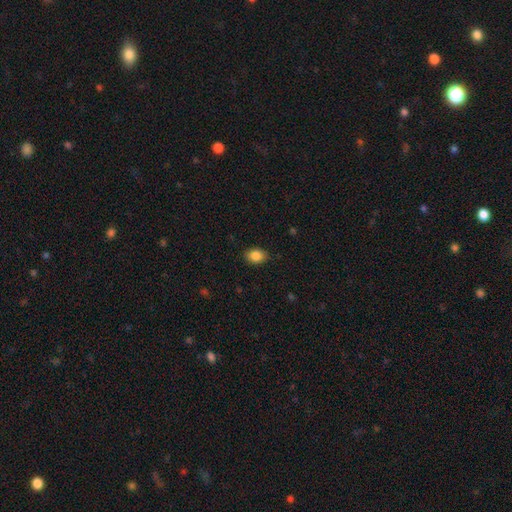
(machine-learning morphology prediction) Overall: smooth (86%). How rounded: in between (74%). Merging: none (86%).